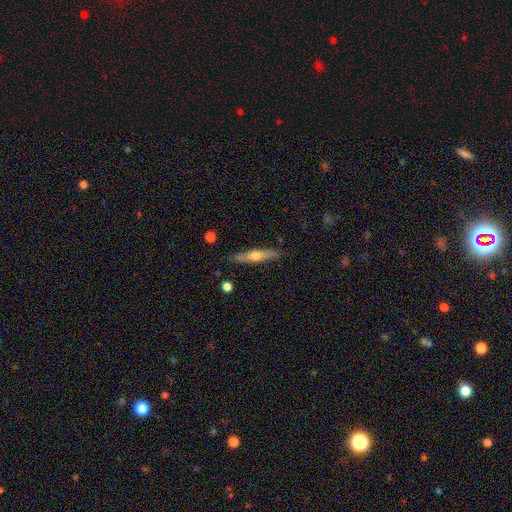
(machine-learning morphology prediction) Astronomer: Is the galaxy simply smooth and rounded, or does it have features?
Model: featured or disk — 48% (runner-up: smooth, 46%).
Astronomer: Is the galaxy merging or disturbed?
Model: none — 87%.